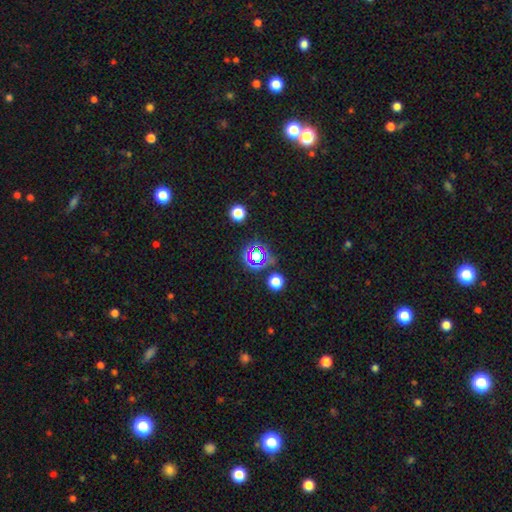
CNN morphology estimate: Overall: star or artifact (60%; smooth 28%).